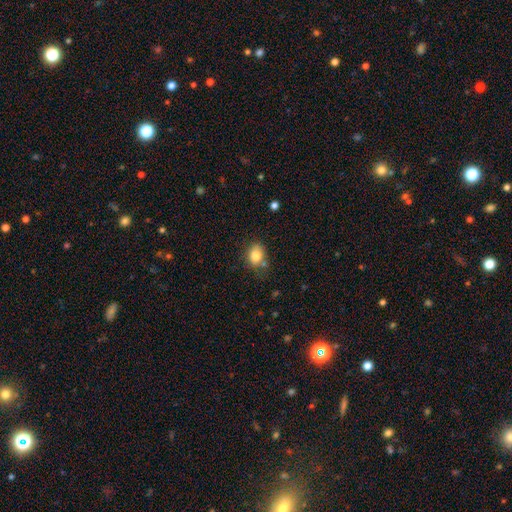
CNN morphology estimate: A smooth galaxy with no disk features (83%) that is in between round and cigar-shaped (58%).

Vote fractions:
- Smooth or featured? smooth: 83% / star or artifact: 9% / featured or disk: 8%
- How rounded? in between: 58% / round: 41% / cigar-shaped: 1%
- Merging? none: 65% / minor disturbance: 21% / merger: 8% / major disturbance: 6%